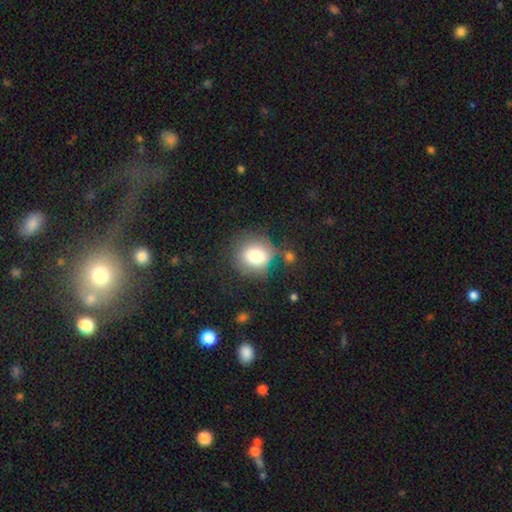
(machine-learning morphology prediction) This appears to be a smooth galaxy with no disk features (79%) that is round (83%). Merging: none (65%).